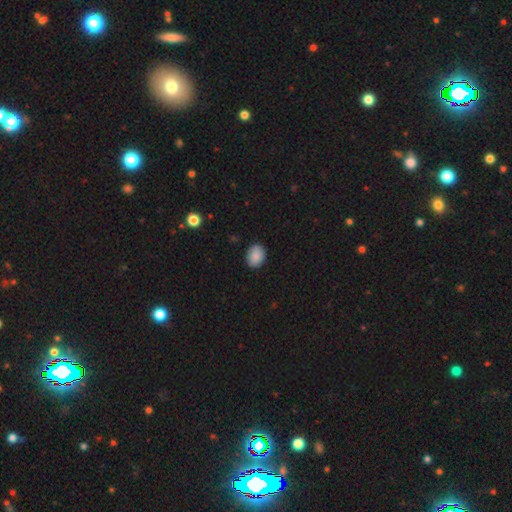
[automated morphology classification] Smooth or featured?
  - smooth: 88% *
  - star or artifact: 8%
  - featured or disk: 4%
How rounded?
  - in between: 60% *
  - round: 39%
  - cigar-shaped: 1%
Merging?
  - none: 87% *
  - minor disturbance: 10%
  - major disturbance: 2%
  - merger: 1%